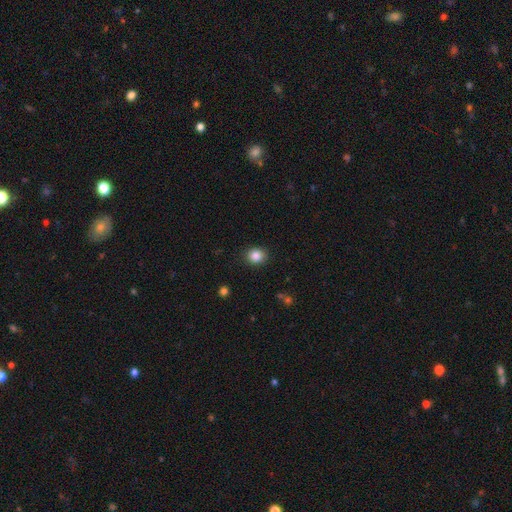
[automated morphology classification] smooth 85%, star or artifact 10%, featured or disk 5%. Down the decision tree: how rounded — round (71%); merging — none (89%).